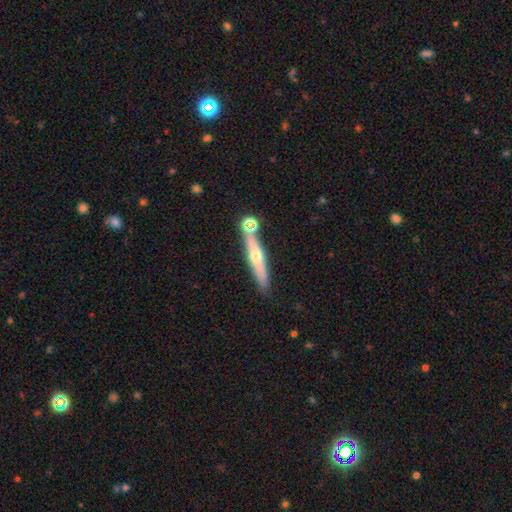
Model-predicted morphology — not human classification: Q: Smooth or featured?
A: featured or disk (50%); runner-up: smooth (43%)
Q: Edge-on disk?
A: yes (91%); runner-up: no (9%)
Q: Merging?
A: none (74%); runner-up: merger (12%)